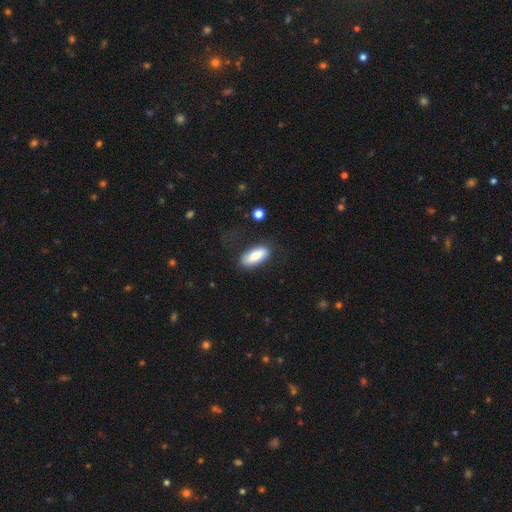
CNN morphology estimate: Smooth or featured? smooth (79%)
How rounded? in between (81%)
Merging? none (74%)